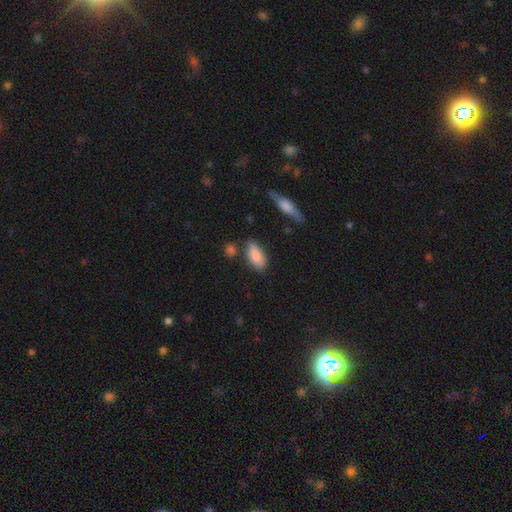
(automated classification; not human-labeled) Smooth or featured?
  - smooth: 84% *
  - featured or disk: 10%
  - star or artifact: 7%
How rounded?
  - in between: 87% *
  - cigar-shaped: 10%
  - round: 3%
Merging?
  - none: 70% *
  - minor disturbance: 19%
  - merger: 6%
  - major disturbance: 4%